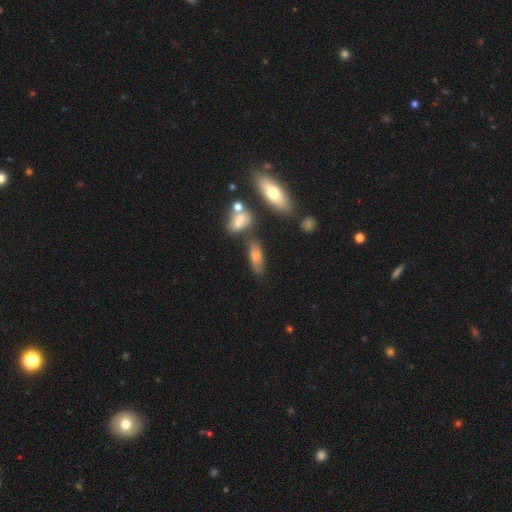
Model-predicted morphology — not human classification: Smooth or featured?
  - smooth: 72% *
  - featured or disk: 18%
  - star or artifact: 10%
How rounded?
  - in between: 71% *
  - cigar-shaped: 24%
  - round: 5%
Merging?
  - none: 57% *
  - minor disturbance: 21%
  - merger: 14%
  - major disturbance: 8%